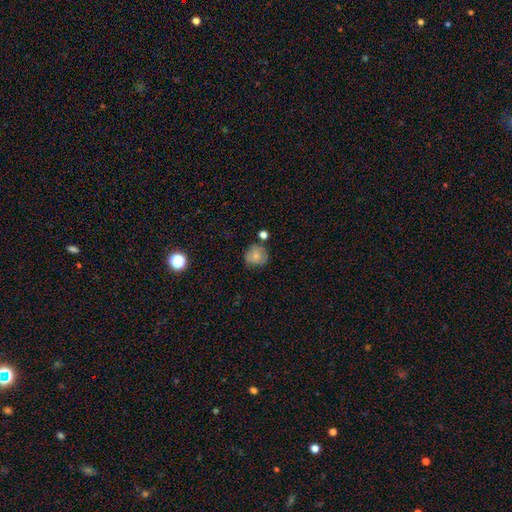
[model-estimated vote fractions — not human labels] The model was most divided on "merging": none: 67%, minor disturbance: 20%, merger: 8%, major disturbance: 5%. More confident: how rounded — round (86%); smooth or featured — smooth (75%).